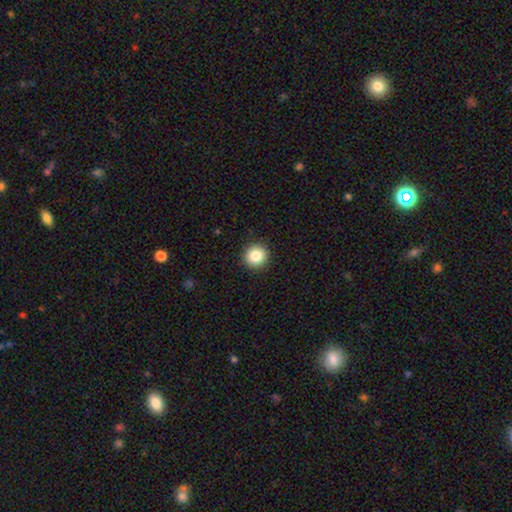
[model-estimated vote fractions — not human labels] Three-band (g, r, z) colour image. It shows a smooth galaxy with no disk features (85%) that is round (94%). Merging: none (92%).